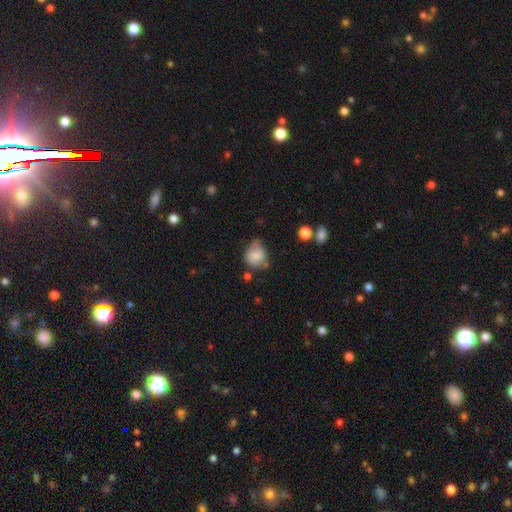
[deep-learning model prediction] Smooth or featured?
  - smooth: 78% *
  - featured or disk: 14%
  - star or artifact: 9%
How rounded?
  - round: 66% *
  - in between: 33%
  - cigar-shaped: 1%
Merging?
  - none: 45% *
  - minor disturbance: 36%
  - major disturbance: 12%
  - merger: 6%